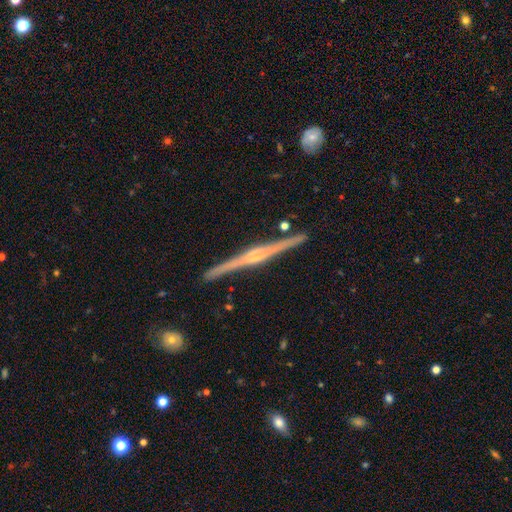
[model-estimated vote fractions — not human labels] This appears to be a featured or disk galaxy (88%) viewed edge-on (99%) with a rounded central bulge (74%). Merging: none (91%).